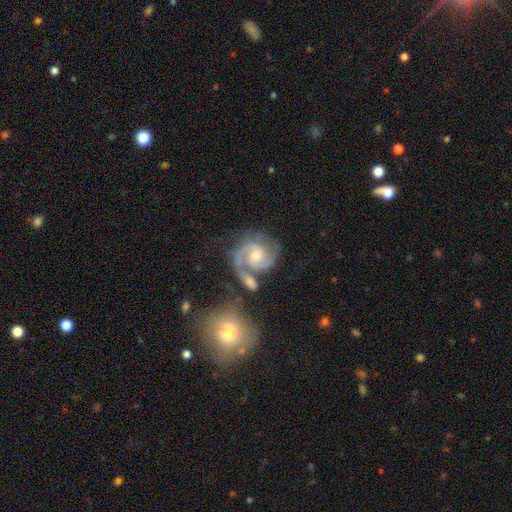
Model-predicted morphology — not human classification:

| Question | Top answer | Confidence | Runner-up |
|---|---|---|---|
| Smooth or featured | featured or disk | 91% | star or artifact (5%) |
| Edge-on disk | no | 98% | yes (2%) |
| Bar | no | 59% | weak (33%) |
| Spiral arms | yes | 98% | no (2%) |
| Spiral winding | medium | 49% | tight (43%) |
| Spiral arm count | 2 | 84% | 3 (5%) |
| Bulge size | small | 50% | moderate (44%) |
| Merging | none | 57% | merger (18%) |